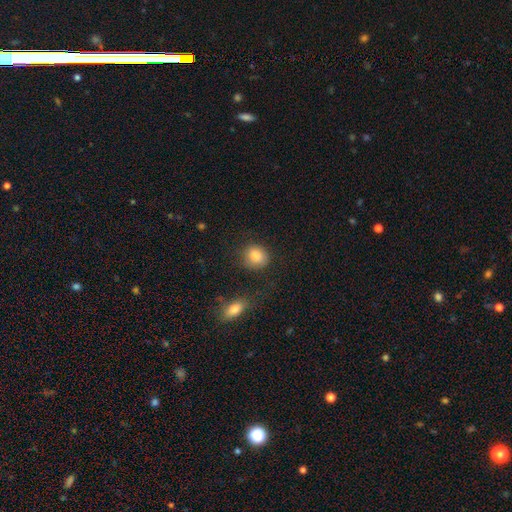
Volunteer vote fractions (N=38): Smooth or featured?
  - smooth: 79% *
  - featured or disk: 13%
  - star or artifact: 8%
How rounded?
  - round: 80% *
  - in between: 20%
  - cigar-shaped: 0%
Merging?
  - none: 77% *
  - minor disturbance: 14%
  - merger: 9%
  - major disturbance: 0%